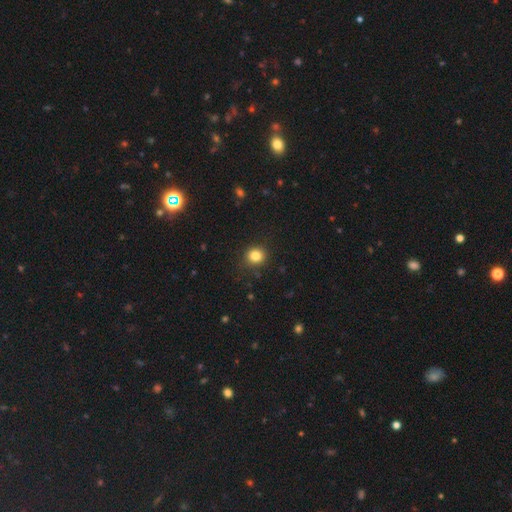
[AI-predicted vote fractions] The model was most divided on "smooth or featured": smooth: 83%, star or artifact: 12%, featured or disk: 5%. More confident: merging — none (88%); how rounded — round (86%).